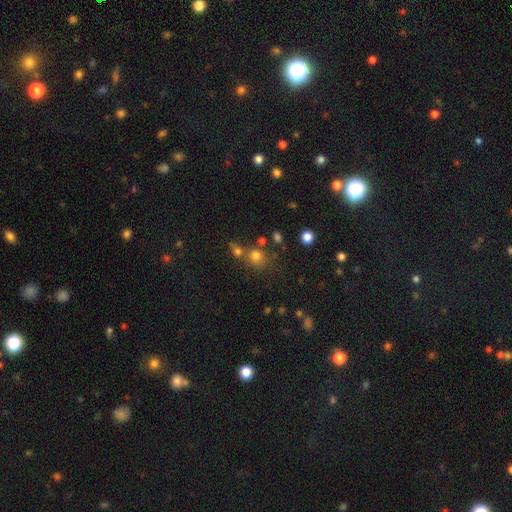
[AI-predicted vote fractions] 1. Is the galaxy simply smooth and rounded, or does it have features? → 72% smooth, 18% star or artifact, 9% featured or disk.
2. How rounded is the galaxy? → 82% round, 17% in between, 1% cigar-shaped.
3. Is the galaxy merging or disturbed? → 56% none, 29% merger, 10% minor disturbance, 5% major disturbance.